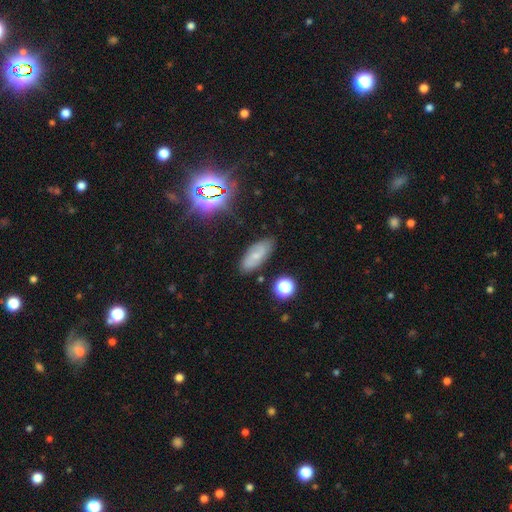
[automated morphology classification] Overall: smooth (57%; featured or disk 30%). How rounded: in between (82%). Merging: none (81%).